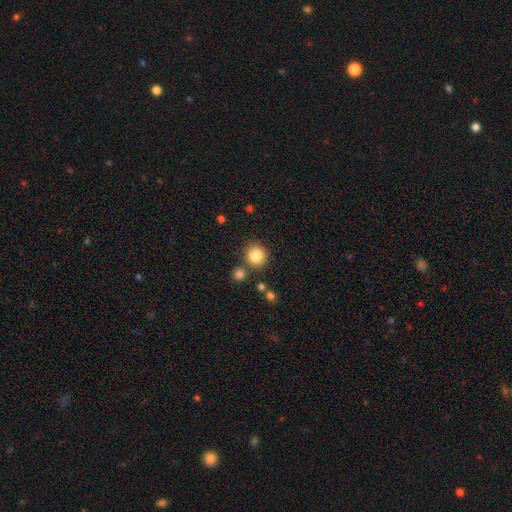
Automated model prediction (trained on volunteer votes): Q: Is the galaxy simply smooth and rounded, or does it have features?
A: smooth — 84%.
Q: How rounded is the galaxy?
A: round — 91%.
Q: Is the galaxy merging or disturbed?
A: none — 80%.